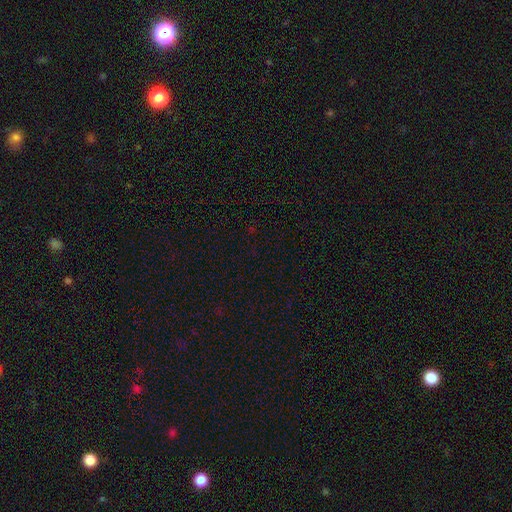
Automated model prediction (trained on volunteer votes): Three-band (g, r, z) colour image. It shows a star or artifact, not a galaxy (70%).